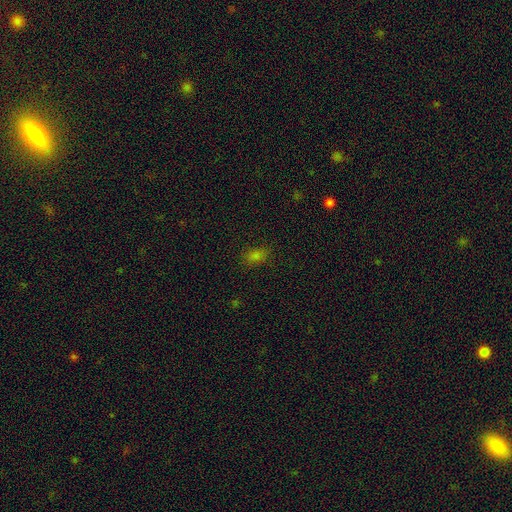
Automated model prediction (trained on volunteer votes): This appears to be a smooth galaxy with no disk features (75%) that is in between round and cigar-shaped (79%). Merging: none (83%).